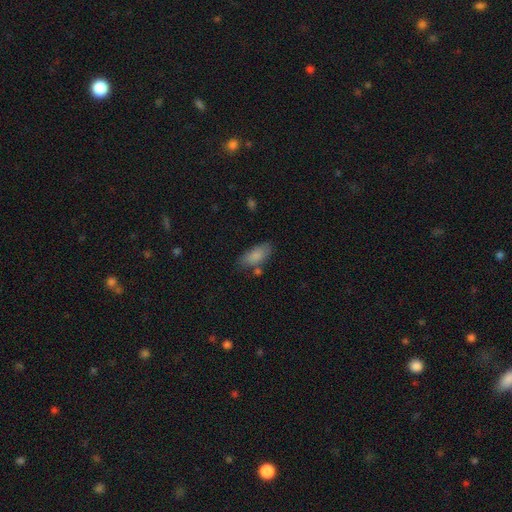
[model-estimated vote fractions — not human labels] The model was most divided on "merging": none: 67%, minor disturbance: 19%, merger: 9%, major disturbance: 5%. More confident: how rounded — in between (86%); smooth or featured — smooth (85%).